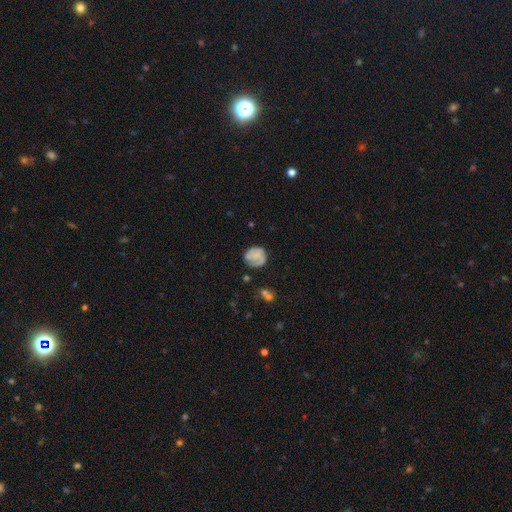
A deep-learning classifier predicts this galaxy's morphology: smooth-or-featured: smooth: 55% | featured or disk: 37% | star or artifact: 8%
  how-rounded: round: 79% | in between: 20% | cigar-shaped: 1%
  merging: none: 65% | minor disturbance: 23% | major disturbance: 9% | merger: 3%